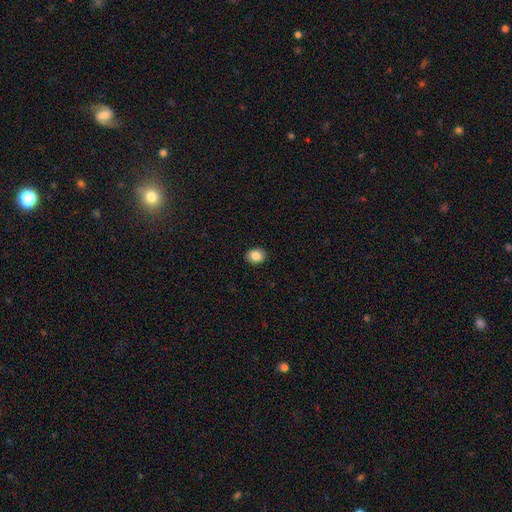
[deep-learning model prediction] A smooth galaxy with no disk features (86%) that is round (53%). Merging: none (91%).